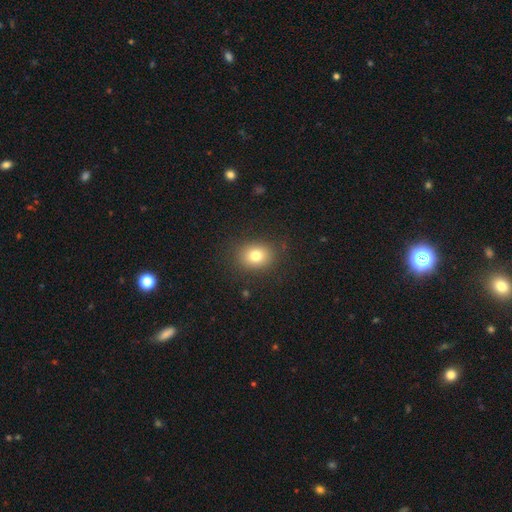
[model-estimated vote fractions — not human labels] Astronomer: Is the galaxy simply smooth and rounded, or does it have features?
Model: smooth — 78%.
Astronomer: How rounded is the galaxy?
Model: round — 59% (runner-up: in between, 40%).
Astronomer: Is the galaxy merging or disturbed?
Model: none — 86%.